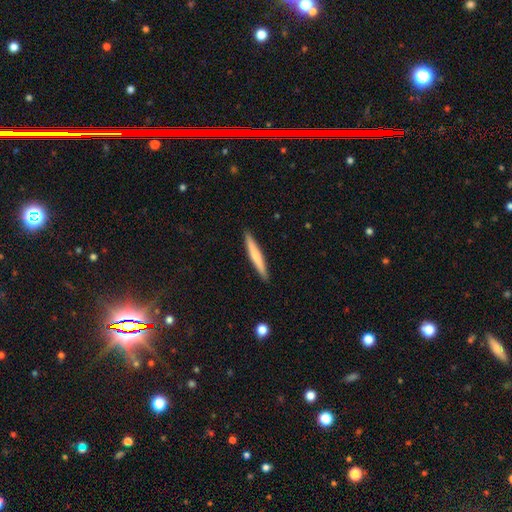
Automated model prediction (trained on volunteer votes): This appears to be a smooth galaxy with no disk features (63%) that is cigar-shaped (95%). Merging: none (91%).